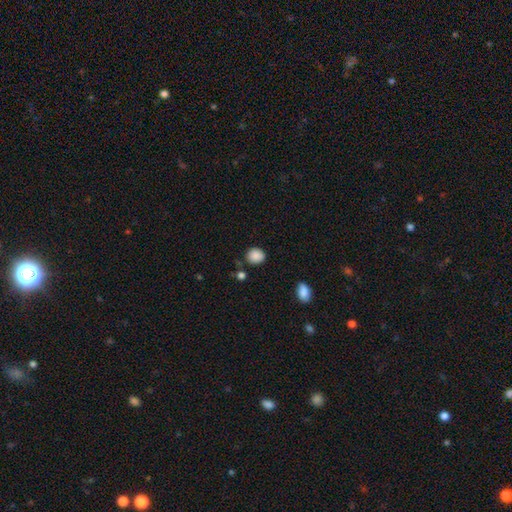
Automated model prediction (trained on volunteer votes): A smooth galaxy with no disk features (88%) that is round (74%). Merging: none (81%).